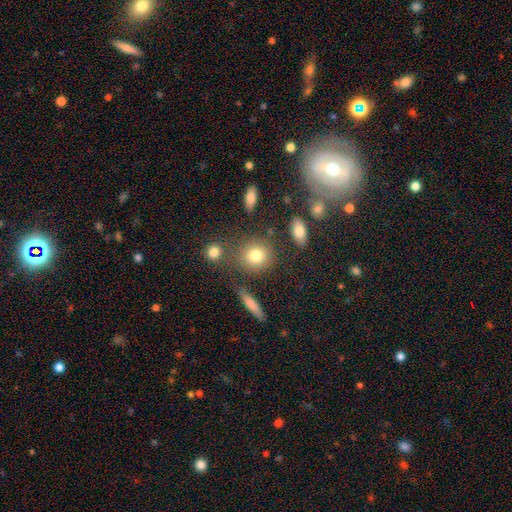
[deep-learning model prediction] A smooth galaxy with no disk features (78%) that is round (78%). Merging: none (72%).